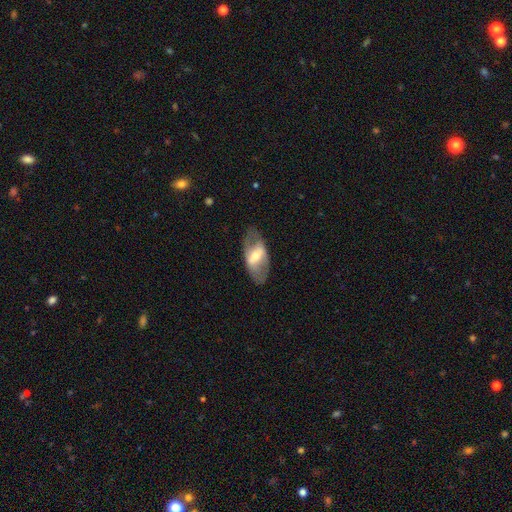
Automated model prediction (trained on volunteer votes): smooth-or-featured: featured or disk: 64% | smooth: 30% | star or artifact: 6%
  disk-edge-on: no: 84% | yes: 16%
    bar: strong: 59% | weak: 28% | no: 13%
    has-spiral-arms: no: 65% | yes: 35%
    bulge-size: moderate: 53% | small: 35% | large: 8% | none: 2% | dominant: 1%
  merging: none: 75% | minor disturbance: 15% | major disturbance: 8% | merger: 1%